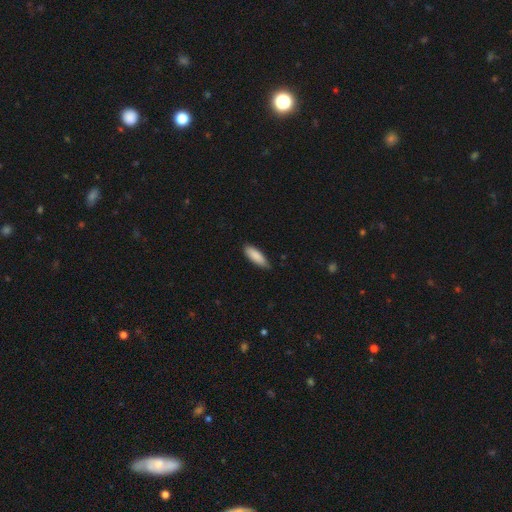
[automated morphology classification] This appears to be a smooth galaxy with no disk features (88%) that is in between round and cigar-shaped (59%). Merging: none (78%).